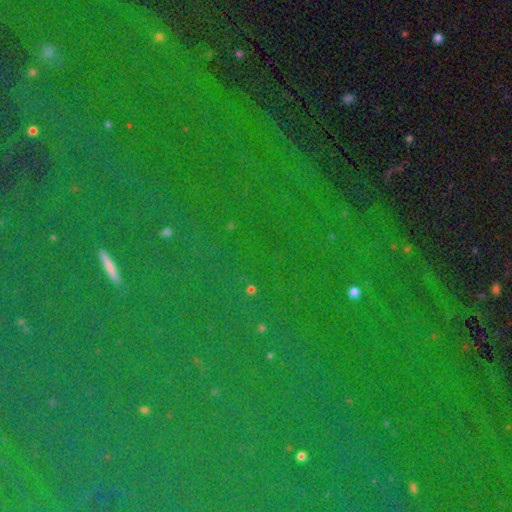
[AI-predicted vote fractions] Overall: star or artifact (86%).